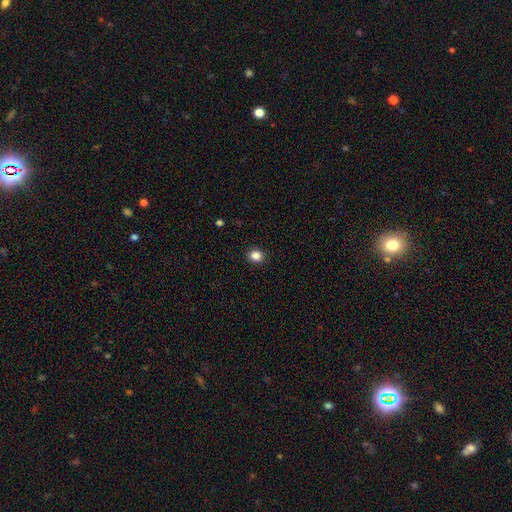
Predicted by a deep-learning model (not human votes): Smooth or featured?
  - smooth: 85% *
  - star or artifact: 11%
  - featured or disk: 4%
How rounded?
  - round: 73% *
  - in between: 26%
  - cigar-shaped: 1%
Merging?
  - none: 92% *
  - minor disturbance: 6%
  - major disturbance: 2%
  - merger: 1%